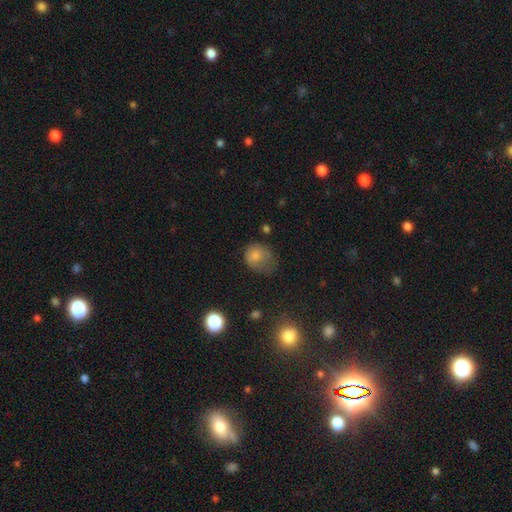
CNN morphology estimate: Overall: smooth (76%). How rounded: round (61%; in between 38%). Merging: minor disturbance (36%; none 32%).